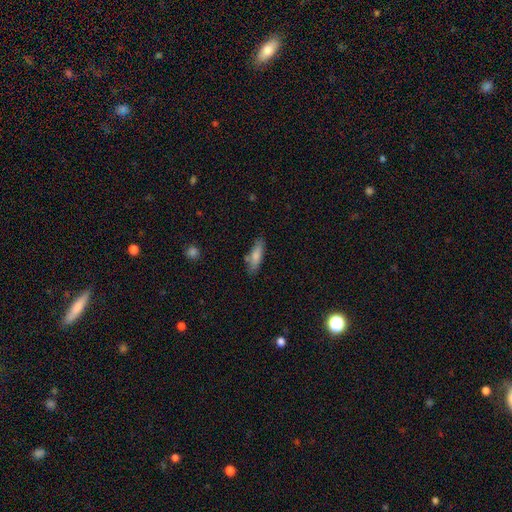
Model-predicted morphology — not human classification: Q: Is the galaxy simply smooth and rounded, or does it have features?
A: smooth — 77%.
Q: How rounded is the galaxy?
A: cigar-shaped — 55%.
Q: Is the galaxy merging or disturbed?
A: none — 75%.